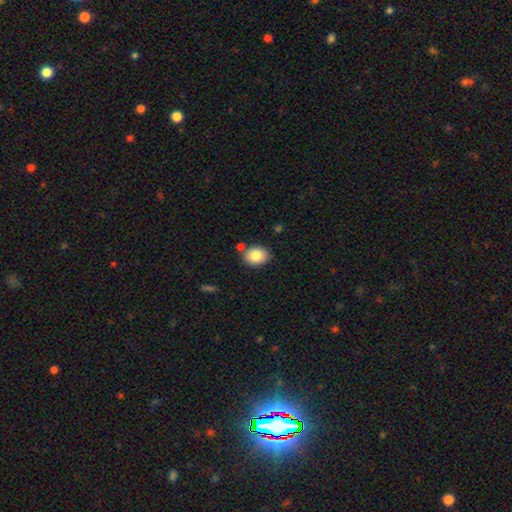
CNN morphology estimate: smooth 83%, star or artifact 8%, featured or disk 8%. Down the decision tree: how rounded — in between (60%); merging — none (76%).